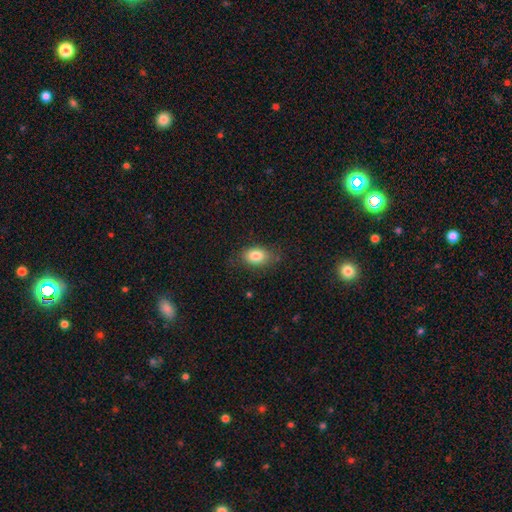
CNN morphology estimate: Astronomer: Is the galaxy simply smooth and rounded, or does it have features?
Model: smooth — 83%.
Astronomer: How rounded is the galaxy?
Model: in between — 86%.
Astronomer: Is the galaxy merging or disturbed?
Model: none — 77%.